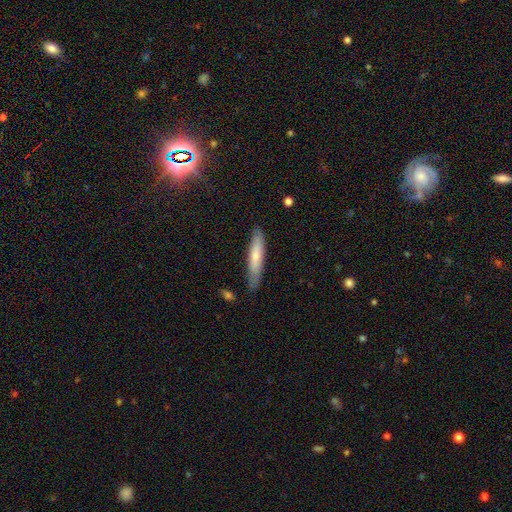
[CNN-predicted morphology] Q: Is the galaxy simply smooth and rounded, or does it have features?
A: smooth — 67%.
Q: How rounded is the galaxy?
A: cigar-shaped — 85%.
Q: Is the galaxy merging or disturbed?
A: none — 81%.